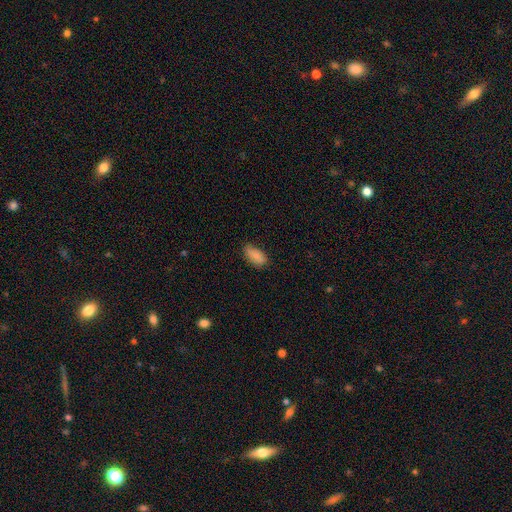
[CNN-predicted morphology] This is clearly a smooth galaxy (87%). How rounded: clearly in between (90%). Merging: likely none (76%).